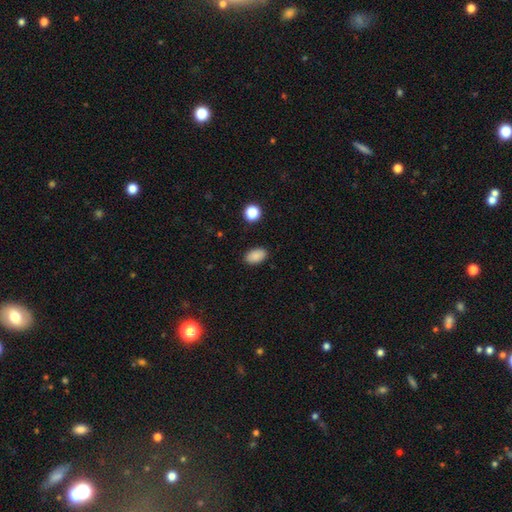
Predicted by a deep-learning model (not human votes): smooth_or_featured: smooth (p=0.88) [alt: star or artifact p=0.09]
how_rounded: in between (p=0.90) [alt: round p=0.08]
merging: none (p=0.88) [alt: minor disturbance p=0.08]